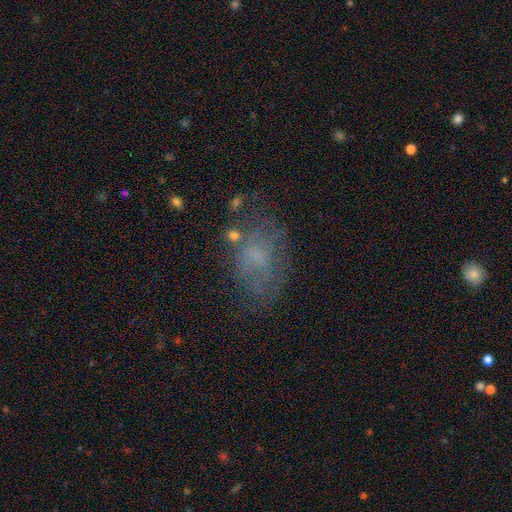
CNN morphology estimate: The model was most divided on "smooth or featured": smooth: 47%, featured or disk: 36%, star or artifact: 18%. More confident: merging — none (53%).